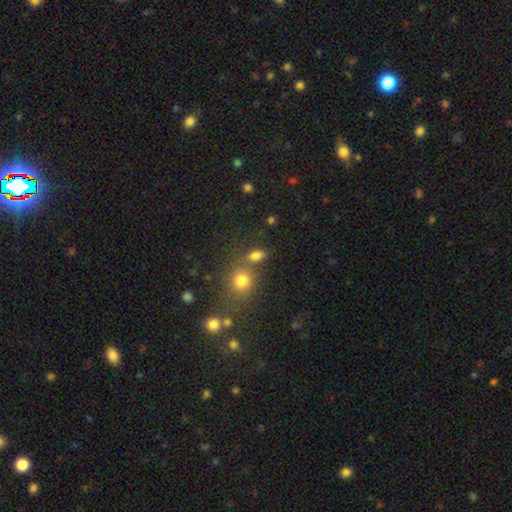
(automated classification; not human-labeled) Smooth or featured? smooth (78%)
How rounded? in between (72%)
Merging? none (64%)